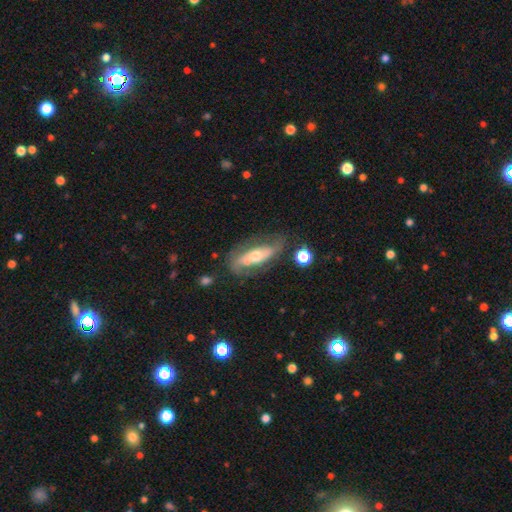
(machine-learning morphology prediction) smooth_or_featured: featured or disk (p=0.68) [alt: smooth p=0.26]
disk_edge_on: no (p=0.79) [alt: yes p=0.21]
bar: no (p=0.54) [alt: strong p=0.23]
has_spiral_arms: yes (p=0.72) [alt: no p=0.28]
bulge_size: moderate (p=0.63) [alt: small p=0.24]
merging: none (p=0.61) [alt: minor disturbance p=0.21]